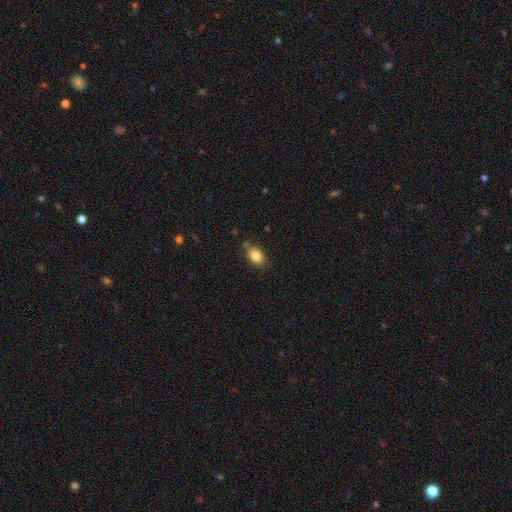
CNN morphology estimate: Smooth or featured: smooth — 84% (star or artifact — 9%)
How rounded: in between — 73% (round — 26%)
Merging: none — 74% (minor disturbance — 16%)